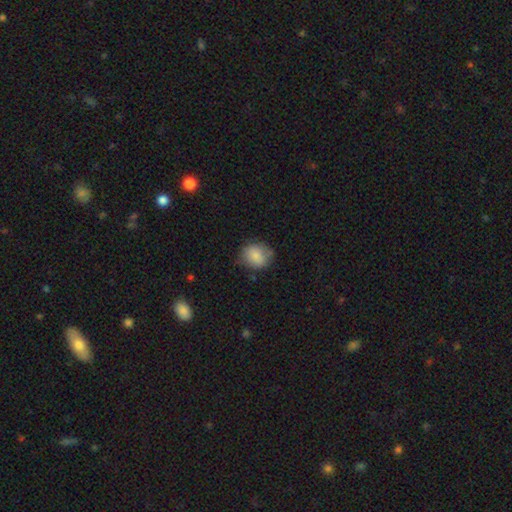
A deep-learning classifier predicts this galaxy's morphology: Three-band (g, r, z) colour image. It shows a smooth galaxy with no disk features (82%) that is round (69%). Merging: none (68%).